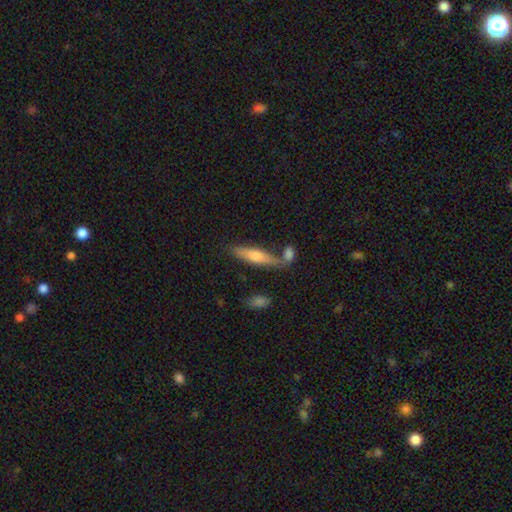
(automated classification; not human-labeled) Morphology: type=smooth (48%); merging=none (69%).